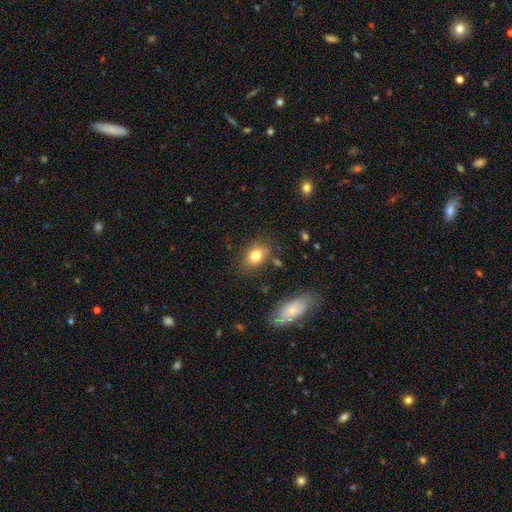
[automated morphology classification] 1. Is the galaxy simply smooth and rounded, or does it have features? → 79% smooth, 12% featured or disk, 9% star or artifact.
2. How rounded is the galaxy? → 76% in between, 23% round, 2% cigar-shaped.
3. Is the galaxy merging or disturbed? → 76% none, 15% minor disturbance, 5% merger, 4% major disturbance.